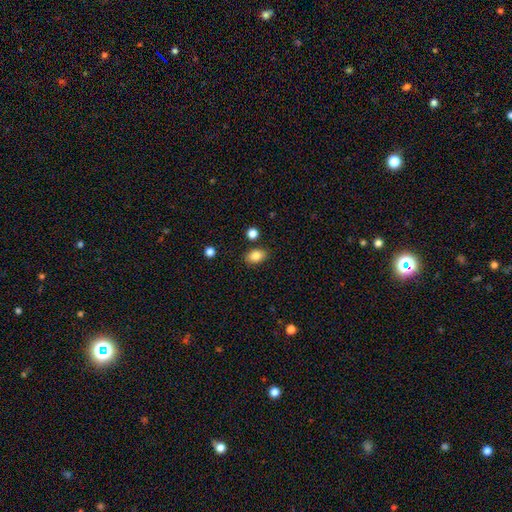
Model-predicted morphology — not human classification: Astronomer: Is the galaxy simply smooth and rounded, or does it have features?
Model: smooth — 85%.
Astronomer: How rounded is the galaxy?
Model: in between — 80%.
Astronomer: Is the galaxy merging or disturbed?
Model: none — 82%.